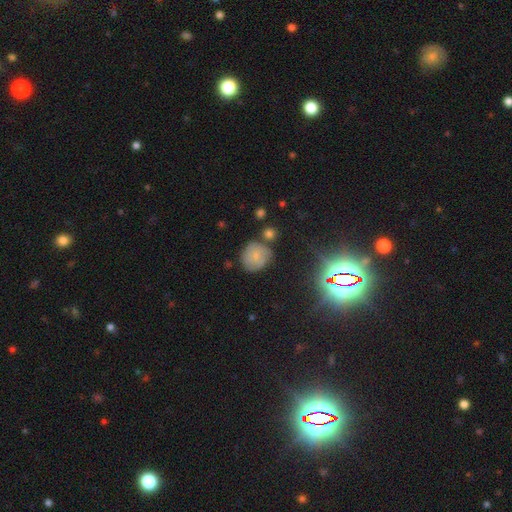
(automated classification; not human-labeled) Overall: smooth (66%). How rounded: round (85%). Merging: none (65%).